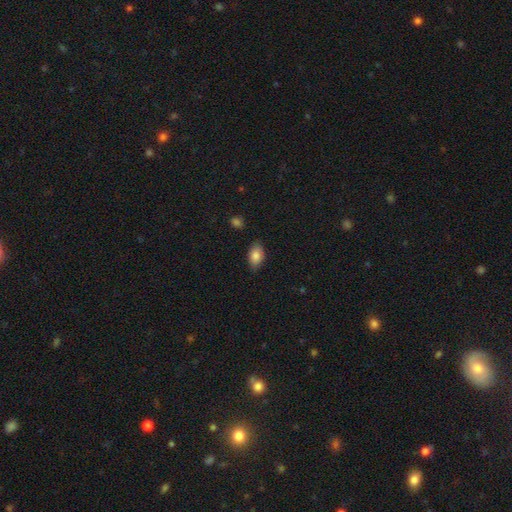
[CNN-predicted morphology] smooth-or-featured: smooth: 84% | featured or disk: 8% | star or artifact: 8%
  how-rounded: in between: 90% | round: 7% | cigar-shaped: 3%
  merging: none: 82% | minor disturbance: 14% | major disturbance: 3% | merger: 1%